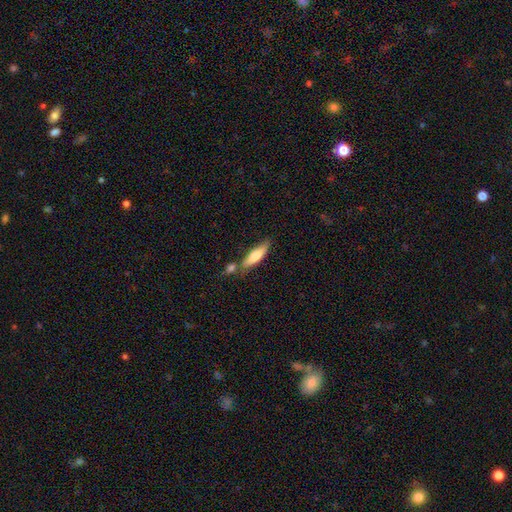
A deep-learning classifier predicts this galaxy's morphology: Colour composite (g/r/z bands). It shows a smooth galaxy with no disk features (69%) that is cigar-shaped (62%). Merging: none (63%).